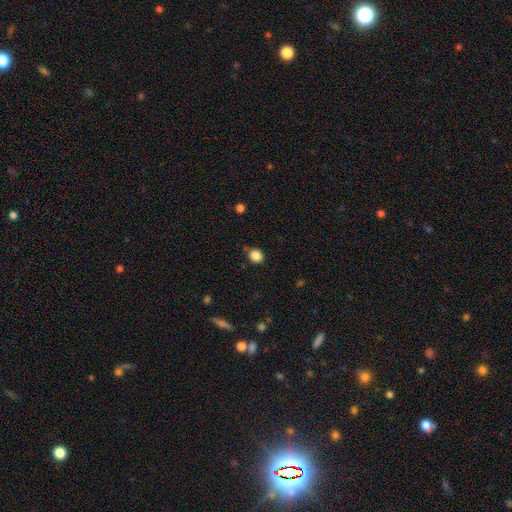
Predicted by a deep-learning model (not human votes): Morphology: type=smooth (86%); roundness=round (72%); merging=none (77%).